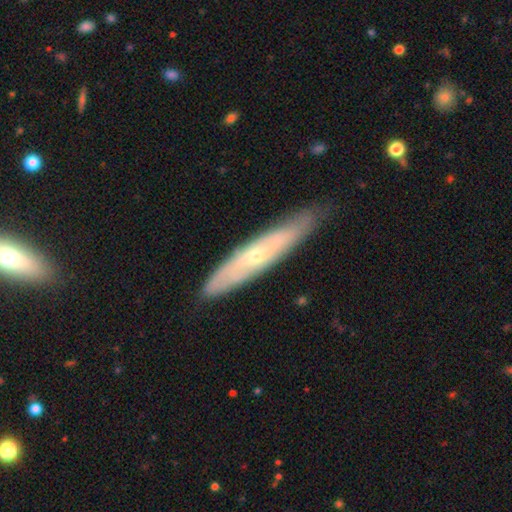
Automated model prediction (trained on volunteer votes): featured or disk 66%, smooth 28%, star or artifact 6%. Down the decision tree: edge-on disk — yes (57%); merging — none (79%).